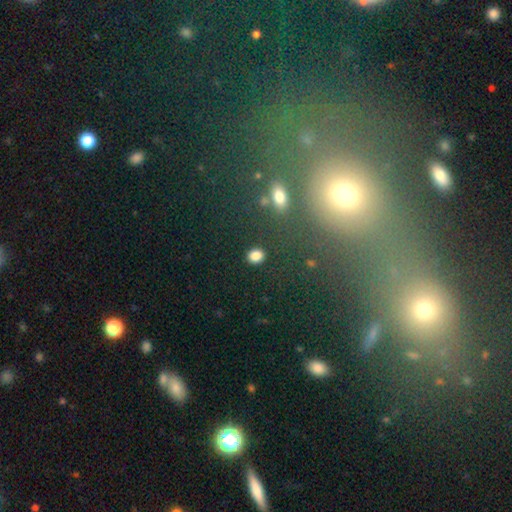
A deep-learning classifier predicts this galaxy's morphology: Smooth or featured: smooth — 84% (star or artifact — 11%)
How rounded: round — 55% (in between — 44%)
Merging: none — 89% (minor disturbance — 7%)